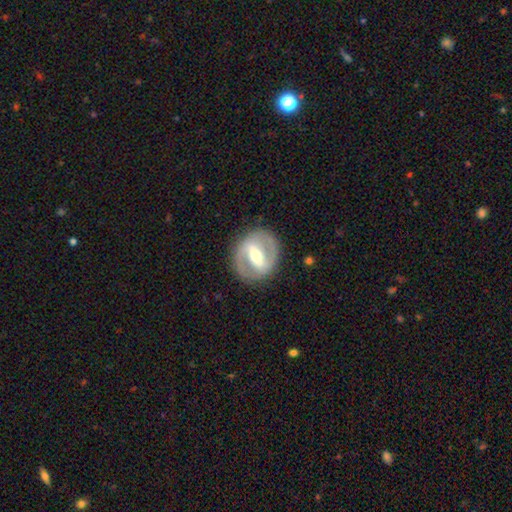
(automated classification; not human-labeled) smooth_or_featured: featured or disk (p=0.78) [alt: smooth p=0.17]
disk_edge_on: no (p=0.94) [alt: yes p=0.06]
bar: strong (p=0.62) [alt: weak p=0.28]
has_spiral_arms: yes (p=0.64) [alt: no p=0.36]
bulge_size: moderate (p=0.68) [alt: small p=0.23]
merging: none (p=0.85) [alt: minor disturbance p=0.09]